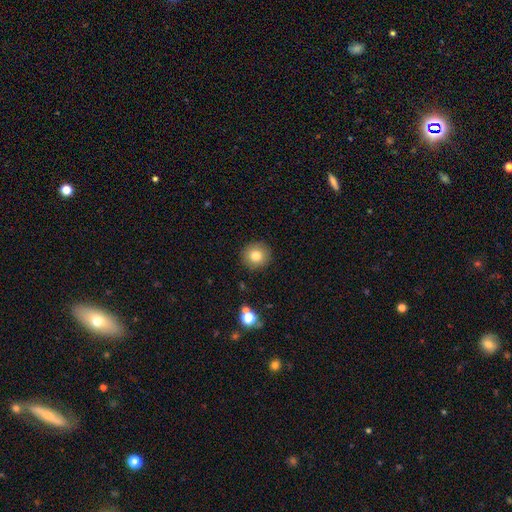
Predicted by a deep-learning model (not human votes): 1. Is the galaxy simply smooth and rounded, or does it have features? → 80% smooth, 11% star or artifact, 9% featured or disk.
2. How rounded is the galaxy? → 93% round, 6% in between, 1% cigar-shaped.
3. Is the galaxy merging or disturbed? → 90% none, 6% minor disturbance, 2% major disturbance, 2% merger.